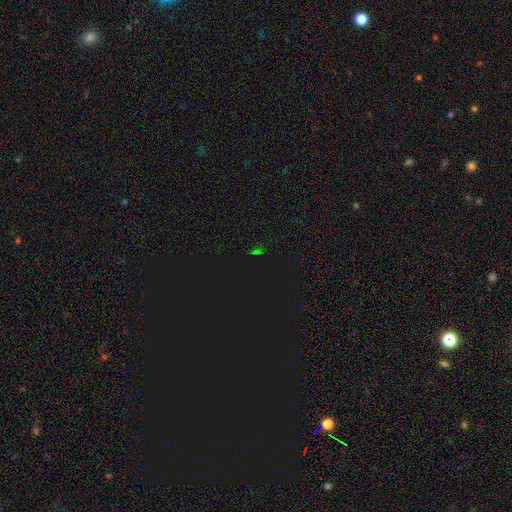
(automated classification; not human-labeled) A star or artifact, not a galaxy (72%).